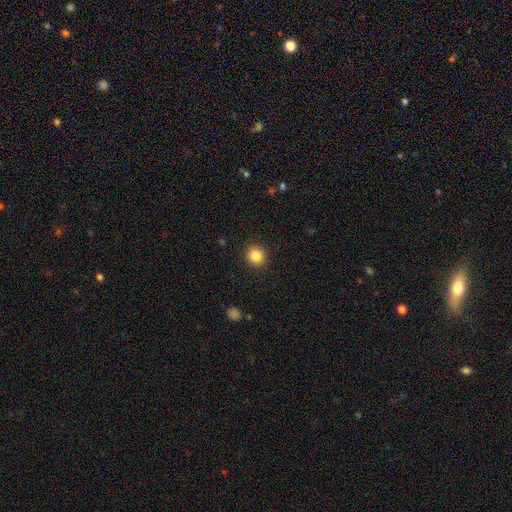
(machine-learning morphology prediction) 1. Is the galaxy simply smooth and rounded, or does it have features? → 85% smooth, 10% star or artifact, 5% featured or disk.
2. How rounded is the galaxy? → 88% round, 11% in between, 1% cigar-shaped.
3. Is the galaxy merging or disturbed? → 91% none, 6% minor disturbance, 2% major disturbance, 1% merger.